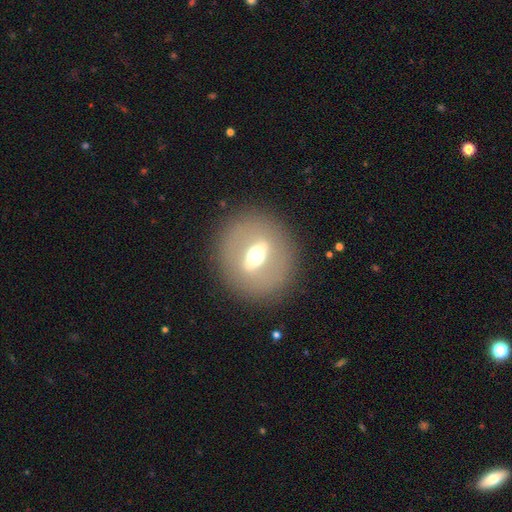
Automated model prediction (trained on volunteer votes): Q: Smooth or featured?
A: featured or disk (67%); runner-up: smooth (24%)
Q: Edge-on disk?
A: no (54%); runner-up: yes (46%)
Q: Merging?
A: none (87%); runner-up: minor disturbance (7%)